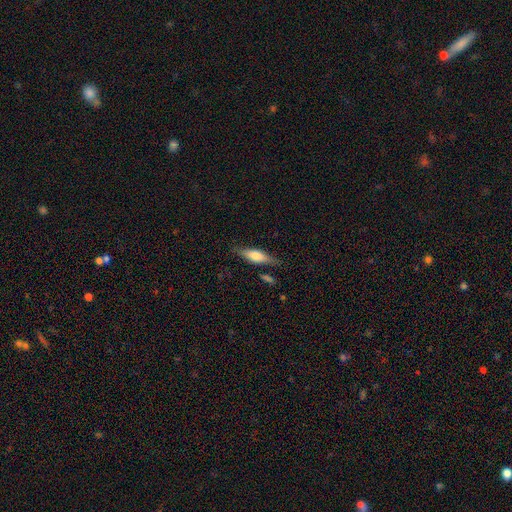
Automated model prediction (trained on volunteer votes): This appears to be a smooth galaxy with no disk features (53%) that is cigar-shaped (54%). Merging: none (78%).